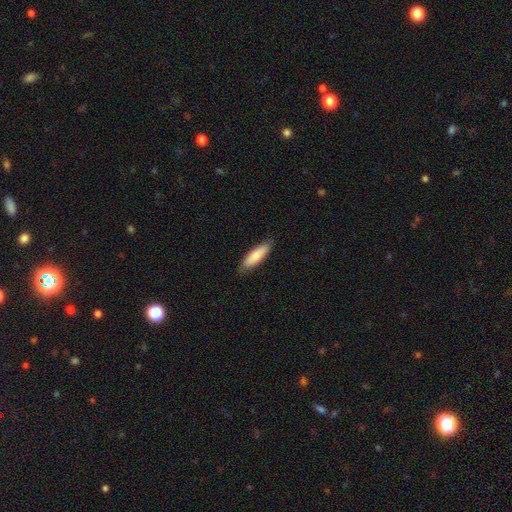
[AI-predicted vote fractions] Smooth or featured? smooth (81%)
How rounded? cigar-shaped (61%)
Merging? none (86%)